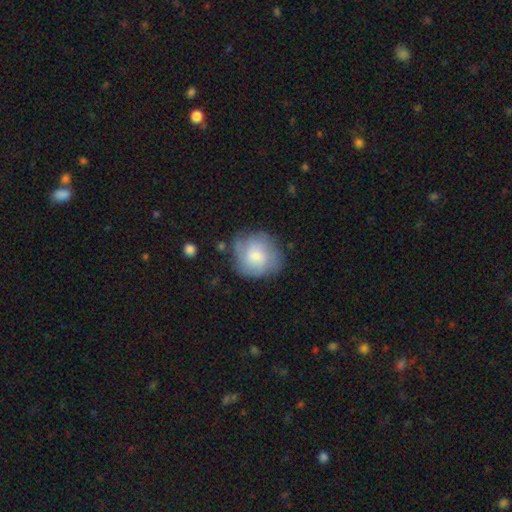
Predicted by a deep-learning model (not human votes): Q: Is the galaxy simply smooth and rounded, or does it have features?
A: smooth — 59%.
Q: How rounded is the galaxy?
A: round — 83%.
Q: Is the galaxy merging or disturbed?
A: none — 64%.